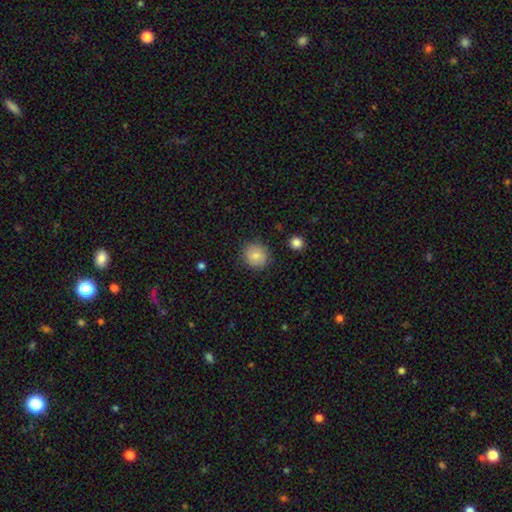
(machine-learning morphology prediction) Overall: smooth (82%). How rounded: round (87%). Merging: none (86%).